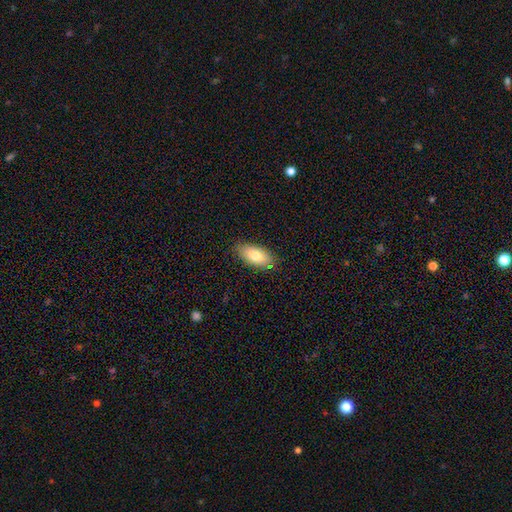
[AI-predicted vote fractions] smooth 78%, featured or disk 15%, star or artifact 7%. Down the decision tree: how rounded — in between (89%); merging — none (84%).